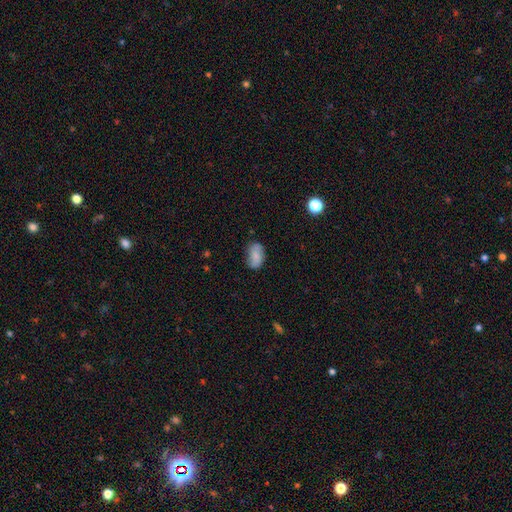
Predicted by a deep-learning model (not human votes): smooth_or_featured: smooth (p=0.75) [alt: featured or disk p=0.17]
how_rounded: in between (p=0.91) [alt: round p=0.07]
merging: none (p=0.71) [alt: minor disturbance p=0.23]